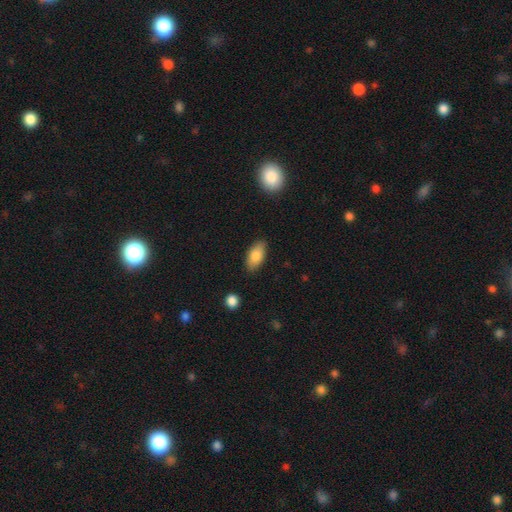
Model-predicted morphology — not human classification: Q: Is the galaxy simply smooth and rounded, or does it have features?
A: smooth — 82%.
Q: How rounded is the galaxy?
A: in between — 90%.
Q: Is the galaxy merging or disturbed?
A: none — 85%.